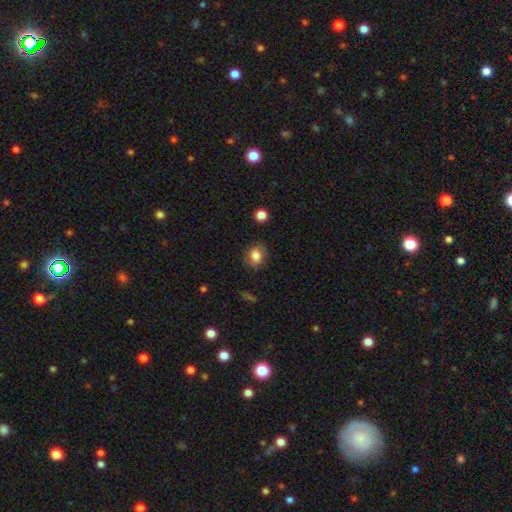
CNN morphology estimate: This appears to be a smooth galaxy with no disk features (80%) that is round (59%). Merging: none (81%).